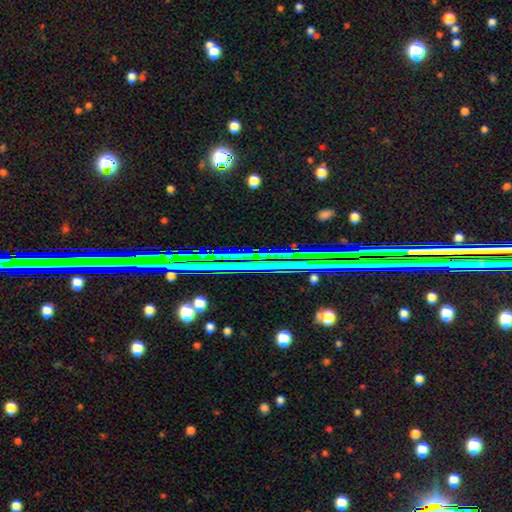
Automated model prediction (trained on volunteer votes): Q: Smooth or featured?
A: star or artifact (77%); runner-up: featured or disk (13%)